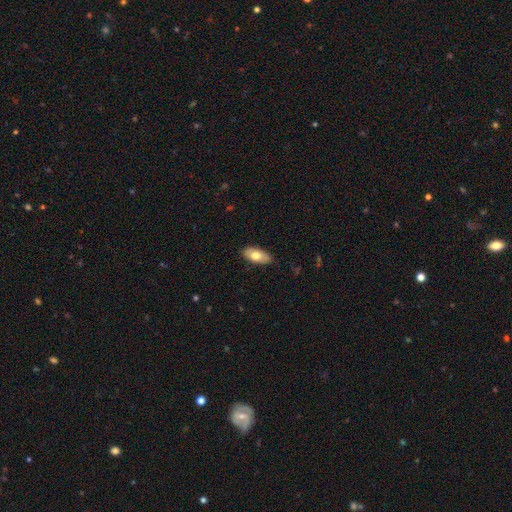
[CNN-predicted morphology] The model was most divided on "smooth or featured": smooth: 72%, featured or disk: 22%, star or artifact: 6%. More confident: how rounded — in between (89%); merging — none (85%).